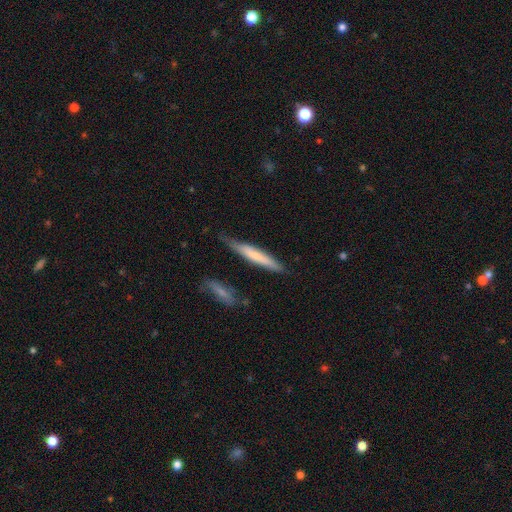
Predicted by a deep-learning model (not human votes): A smooth galaxy with no disk features (61%) that is cigar-shaped (93%).

Vote fractions:
- Smooth or featured? smooth: 61% / featured or disk: 33% / star or artifact: 6%
- How rounded? cigar-shaped: 93% / in between: 6% / round: 1%
- Merging? none: 68% / minor disturbance: 23% / major disturbance: 5% / merger: 4%